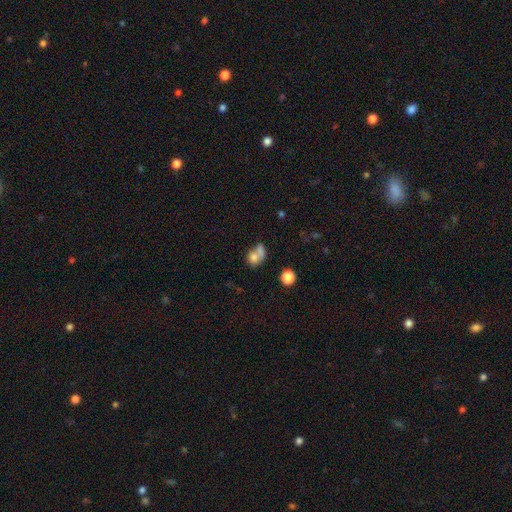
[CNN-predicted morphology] Smooth or featured?
  - smooth: 74% *
  - featured or disk: 15%
  - star or artifact: 11%
How rounded?
  - round: 54% *
  - in between: 45%
  - cigar-shaped: 2%
Merging?
  - merger: 56% *
  - none: 25%
  - minor disturbance: 10%
  - major disturbance: 9%